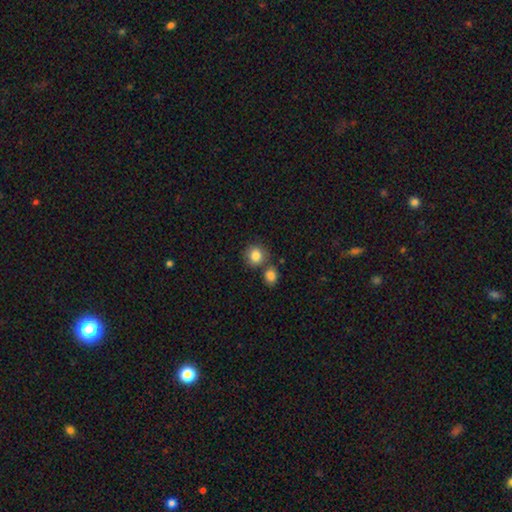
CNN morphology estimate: This is clearly a smooth galaxy (84%). How rounded: clearly round (84%). Merging: likely none (67%).